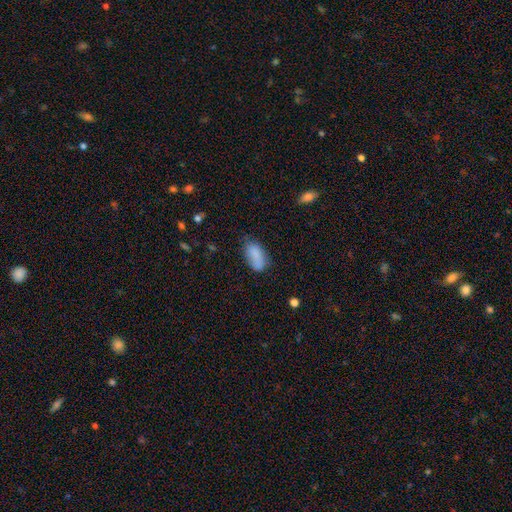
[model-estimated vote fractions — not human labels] A smooth galaxy with no disk features (84%) that is in between round and cigar-shaped (91%).

Vote fractions:
- Smooth or featured? smooth: 84% / featured or disk: 8% / star or artifact: 8%
- How rounded? in between: 91% / cigar-shaped: 5% / round: 3%
- Merging? none: 59% / minor disturbance: 30% / major disturbance: 8% / merger: 3%